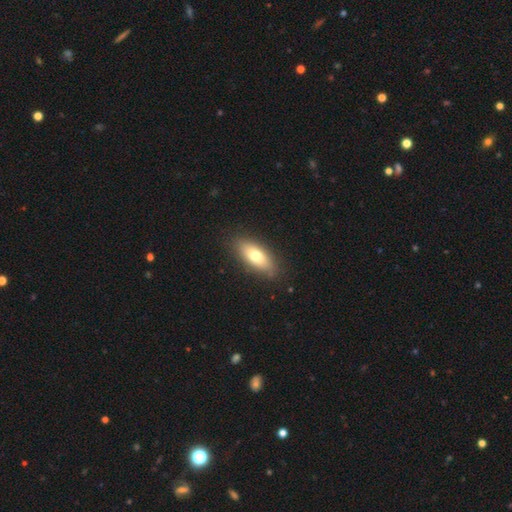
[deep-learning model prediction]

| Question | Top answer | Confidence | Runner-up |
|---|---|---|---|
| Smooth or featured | smooth | 71% | featured or disk (22%) |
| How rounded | in between | 80% | cigar-shaped (17%) |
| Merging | none | 86% | minor disturbance (10%) |